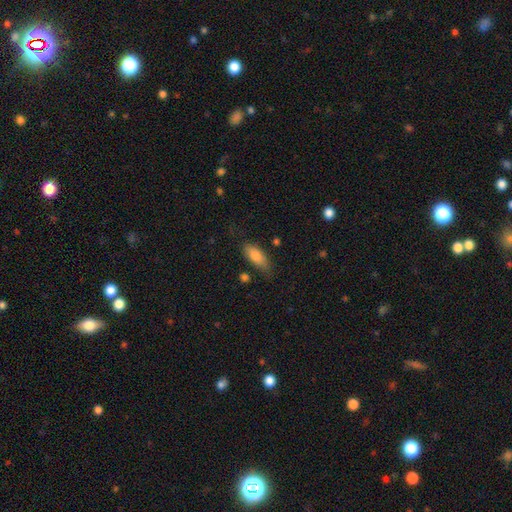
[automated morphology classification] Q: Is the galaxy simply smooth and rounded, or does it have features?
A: smooth — 83%.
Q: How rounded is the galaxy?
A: in between — 78%.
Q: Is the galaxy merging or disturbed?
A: none — 65%.